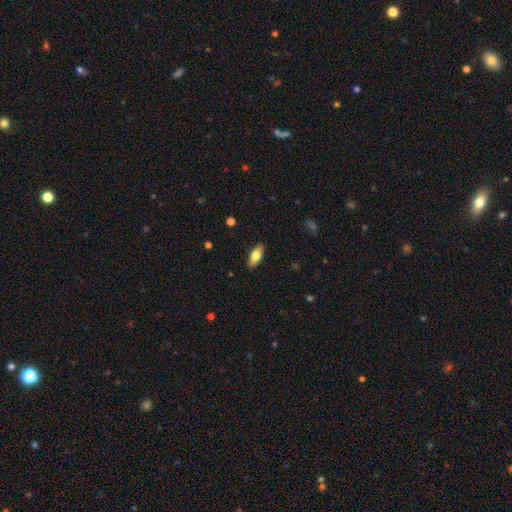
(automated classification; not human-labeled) A smooth galaxy with no disk features (74%) that is in between round and cigar-shaped (80%).

Vote fractions:
- Smooth or featured? smooth: 74% / featured or disk: 20% / star or artifact: 6%
- How rounded? in between: 80% / cigar-shaped: 17% / round: 2%
- Merging? none: 89% / minor disturbance: 8% / major disturbance: 2% / merger: 1%